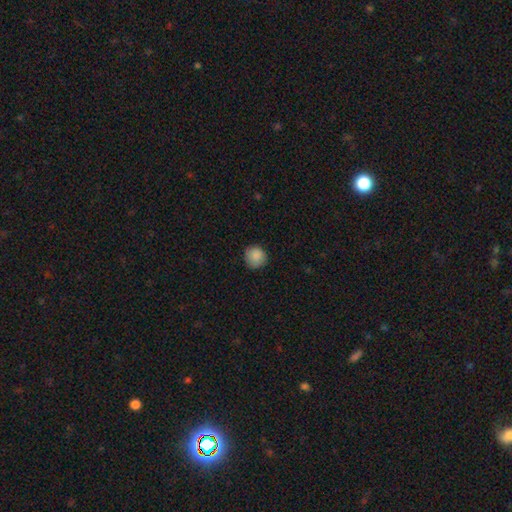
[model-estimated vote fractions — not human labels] smooth_or_featured: smooth (p=0.88) [alt: star or artifact p=0.08]
how_rounded: round (p=0.92) [alt: in between p=0.07]
merging: none (p=0.83) [alt: minor disturbance p=0.13]